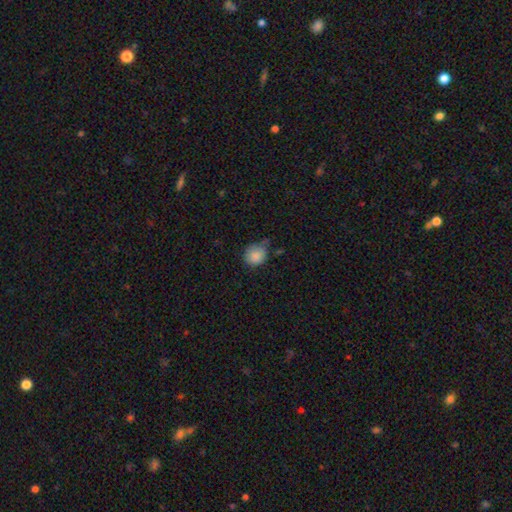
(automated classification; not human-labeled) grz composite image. It shows a smooth galaxy with no disk features (86%) that is round (73%). Merging: none (49%).